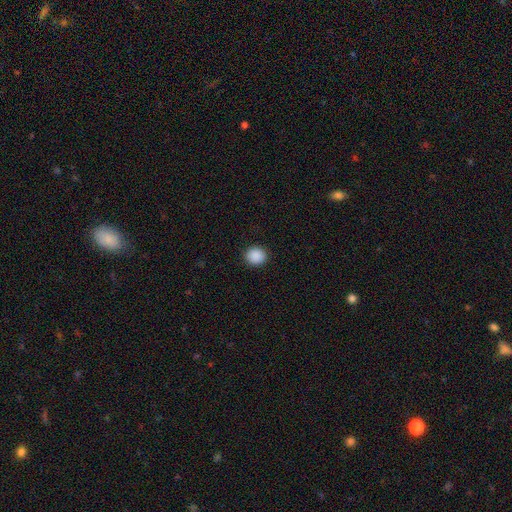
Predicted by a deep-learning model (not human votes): Smooth or featured?
  - smooth: 89% *
  - star or artifact: 8%
  - featured or disk: 2%
How rounded?
  - round: 85% *
  - in between: 14%
  - cigar-shaped: 1%
Merging?
  - none: 92% *
  - minor disturbance: 5%
  - major disturbance: 2%
  - merger: 1%